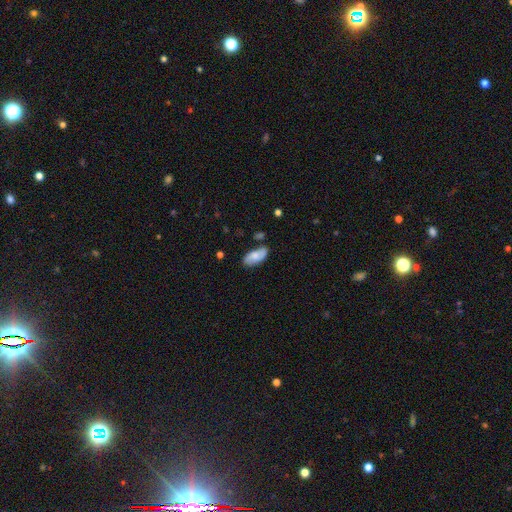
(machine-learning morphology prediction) smooth-or-featured: smooth: 65% | featured or disk: 28% | star or artifact: 7%
  how-rounded: in between: 91% | cigar-shaped: 6% | round: 3%
  merging: none: 73% | minor disturbance: 17% | merger: 6% | major disturbance: 4%